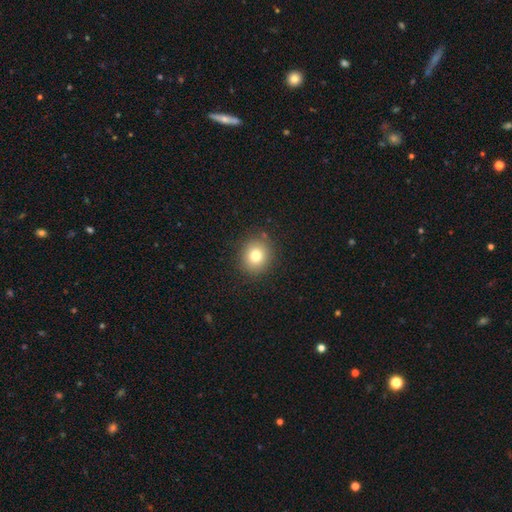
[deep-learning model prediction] smooth 78%, star or artifact 12%, featured or disk 9%. Down the decision tree: how rounded — round (81%); merging — none (87%).